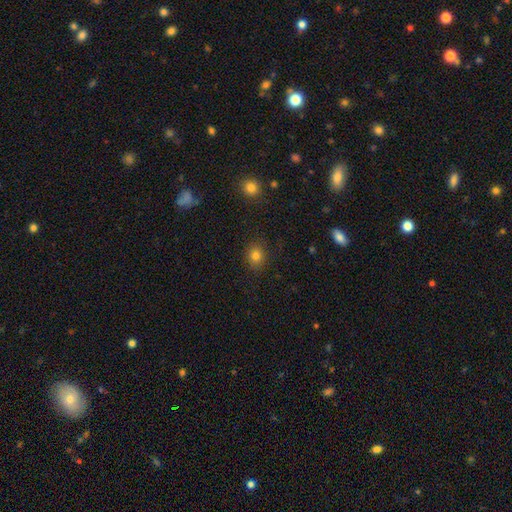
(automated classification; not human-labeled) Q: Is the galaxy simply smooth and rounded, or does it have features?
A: smooth — 80%.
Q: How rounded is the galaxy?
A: round — 73%.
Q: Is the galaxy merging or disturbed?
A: none — 88%.